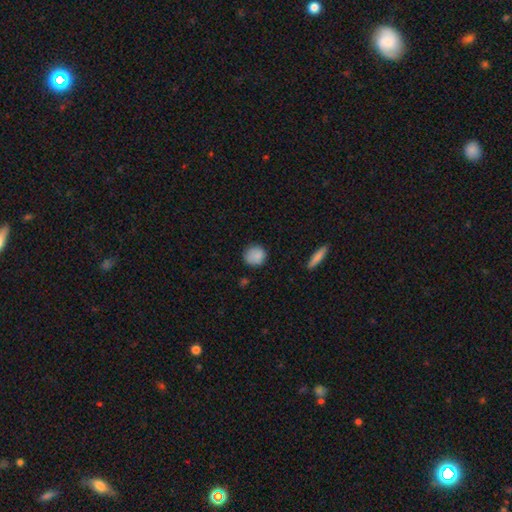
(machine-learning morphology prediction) This appears to be a smooth galaxy with no disk features (87%) that is round (91%). Merging: none (84%).